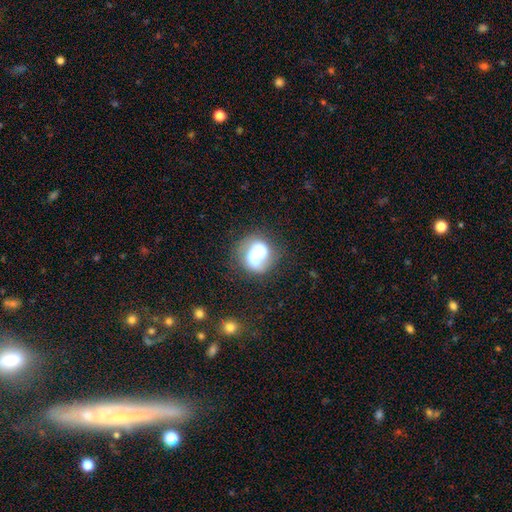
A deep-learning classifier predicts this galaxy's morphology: Smooth or featured: featured or disk — 66% (smooth — 26%)
Edge-on disk: no — 98% (yes — 2%)
Bar: no — 49% (weak — 30%)
Spiral arms: yes — 74% (no — 26%)
Bulge size: moderate — 37% (small — 26%)
Merging: none — 51% (minor disturbance — 19%)